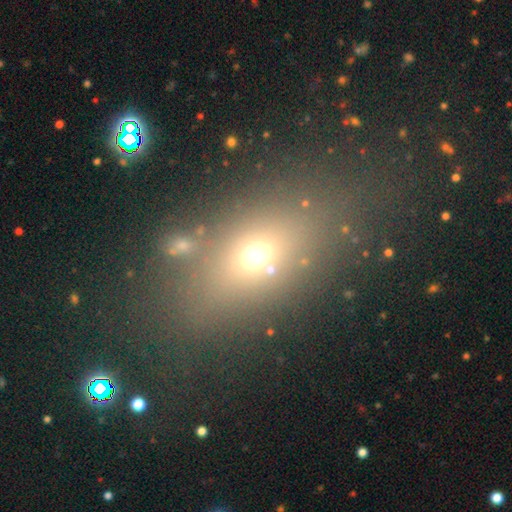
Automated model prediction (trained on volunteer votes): Q: Smooth or featured?
A: smooth (61%); runner-up: star or artifact (22%)
Q: How rounded?
A: in between (67%); runner-up: round (28%)
Q: Merging?
A: none (64%); runner-up: minor disturbance (13%)